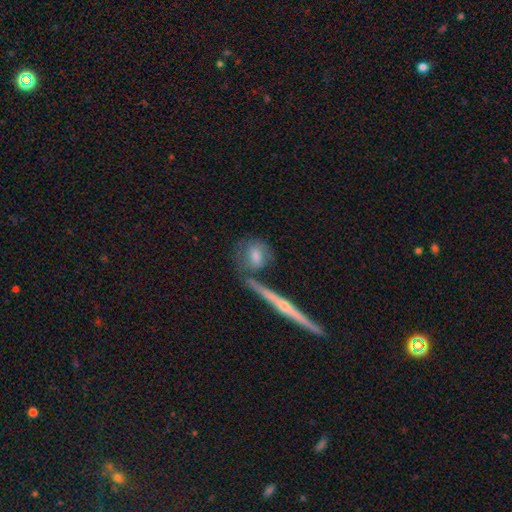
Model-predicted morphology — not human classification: The model was most divided on "how rounded": round: 42%, in between: 39%, cigar-shaped: 19%. More confident: smooth or featured — smooth (63%); merging — none (57%).